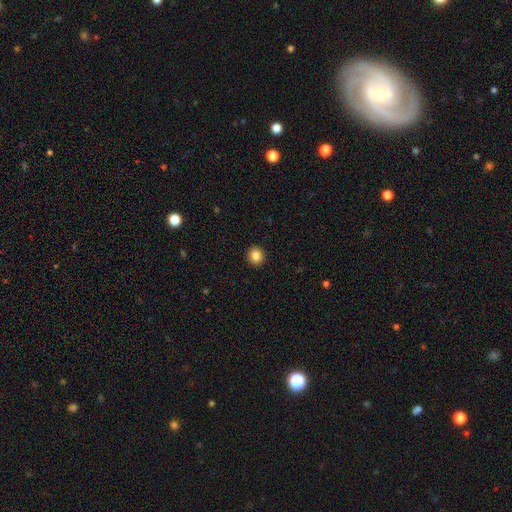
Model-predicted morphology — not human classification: smooth_or_featured: smooth (p=0.85) [alt: star or artifact p=0.10]
how_rounded: round (p=0.89) [alt: in between p=0.10]
merging: none (p=0.93) [alt: minor disturbance p=0.05]